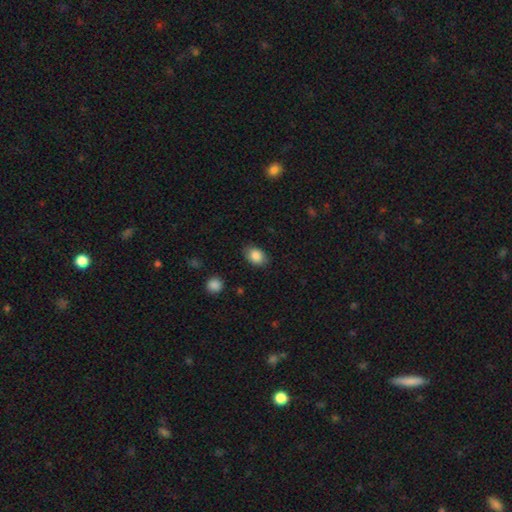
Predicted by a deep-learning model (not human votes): A smooth galaxy with no disk features (87%) that is in between round and cigar-shaped (80%).

Vote fractions:
- Smooth or featured? smooth: 87% / star or artifact: 8% / featured or disk: 6%
- How rounded? in between: 80% / round: 19% / cigar-shaped: 1%
- Merging? none: 81% / minor disturbance: 15% / major disturbance: 3% / merger: 1%